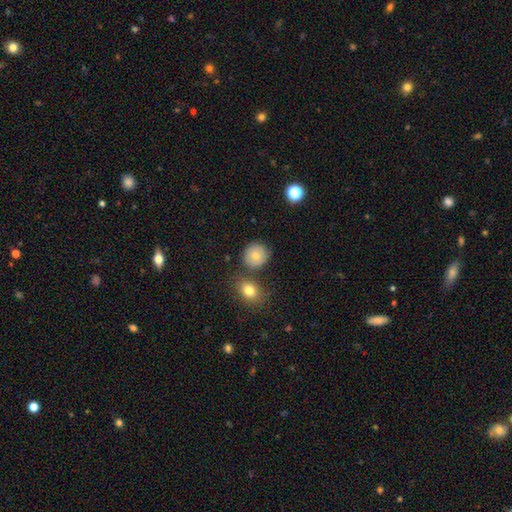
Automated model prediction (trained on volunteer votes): The model was most divided on "smooth or featured": smooth: 77%, featured or disk: 13%, star or artifact: 10%. More confident: how rounded — round (86%); merging — none (76%).